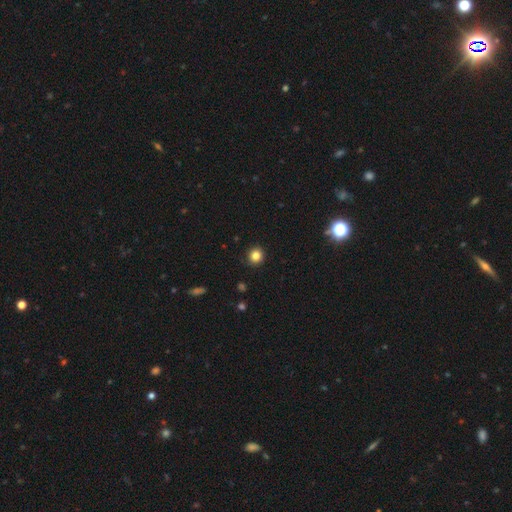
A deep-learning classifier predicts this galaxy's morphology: Smooth or featured? smooth (83%)
How rounded? round (91%)
Merging? none (91%)